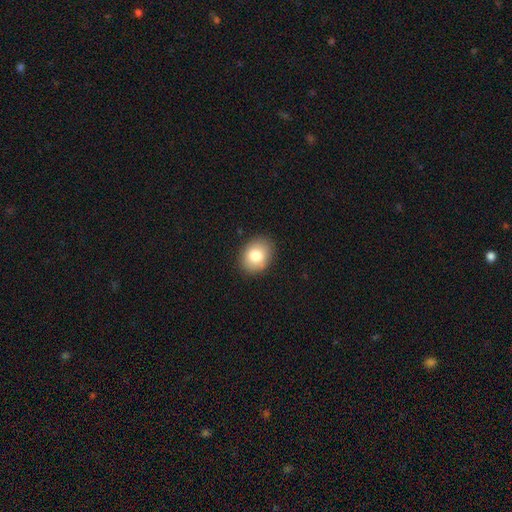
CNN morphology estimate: A smooth galaxy with no disk features (81%) that is in between round and cigar-shaped (55%). Merging: none (87%).